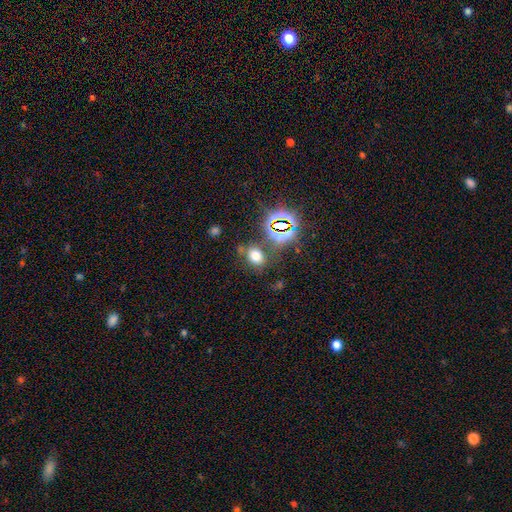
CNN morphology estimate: Overall: smooth (64%; star or artifact 27%). How rounded: in between (65%; round 34%). Merging: none (71%).